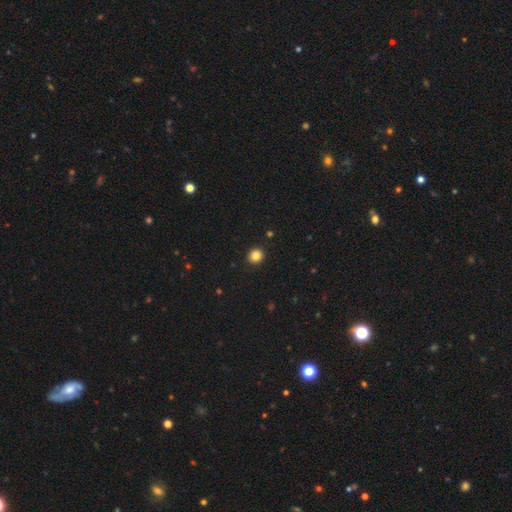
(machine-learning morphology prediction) A smooth galaxy with no disk features (85%) that is round (91%).

Vote fractions:
- Smooth or featured? smooth: 85% / star or artifact: 11% / featured or disk: 4%
- How rounded? round: 91% / in between: 8% / cigar-shaped: 1%
- Merging? none: 93% / minor disturbance: 5% / major disturbance: 2% / merger: 1%